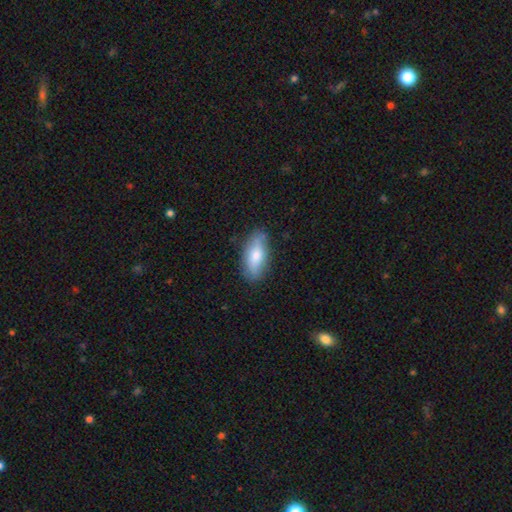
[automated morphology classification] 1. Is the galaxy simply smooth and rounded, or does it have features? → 73% smooth, 20% featured or disk, 6% star or artifact.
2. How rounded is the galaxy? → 83% in between, 14% cigar-shaped, 3% round.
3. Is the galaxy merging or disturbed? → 78% none, 17% minor disturbance, 4% major disturbance, 2% merger.